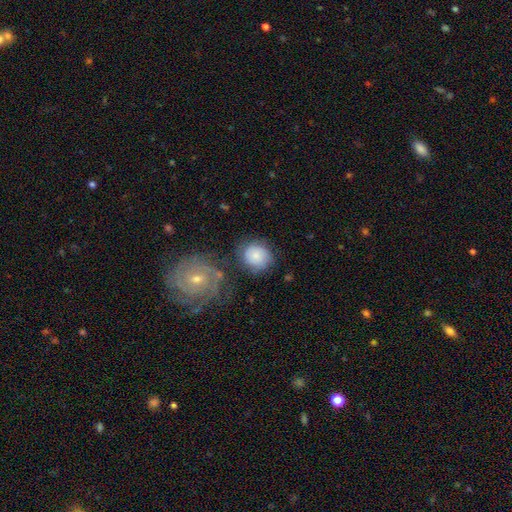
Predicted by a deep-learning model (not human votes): smooth 67%, featured or disk 25%, star or artifact 8%. Down the decision tree: how rounded — round (79%); merging — none (65%).